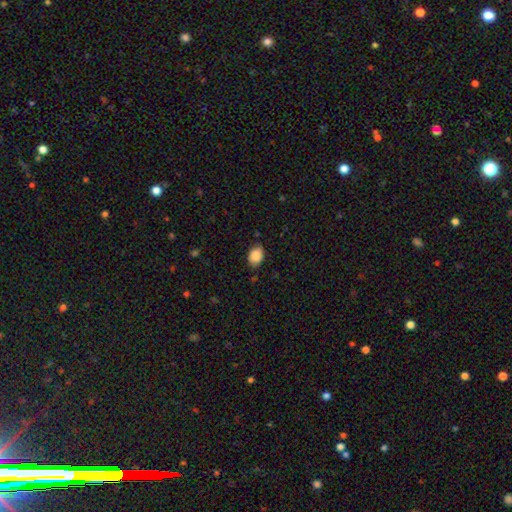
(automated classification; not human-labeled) A smooth galaxy with no disk features (88%) that is in between round and cigar-shaped (75%).

Vote fractions:
- Smooth or featured? smooth: 88% / star or artifact: 8% / featured or disk: 5%
- How rounded? in between: 75% / round: 24% / cigar-shaped: 1%
- Merging? none: 81% / minor disturbance: 15% / major disturbance: 3% / merger: 1%